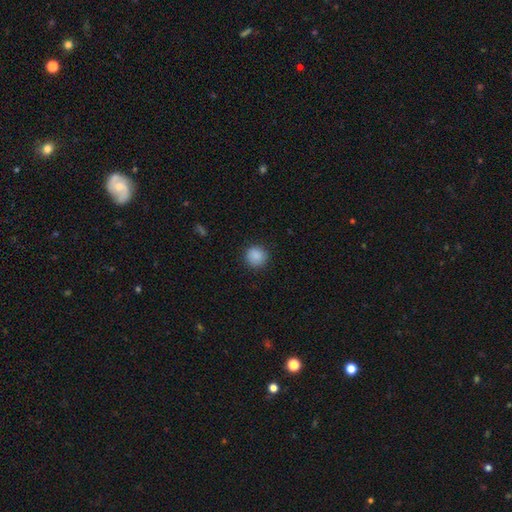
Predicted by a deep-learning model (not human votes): This appears to be a smooth galaxy with no disk features (89%) that is round (94%). Merging: none (91%).